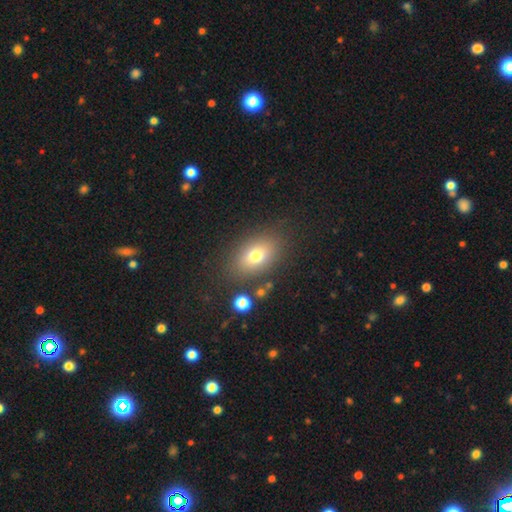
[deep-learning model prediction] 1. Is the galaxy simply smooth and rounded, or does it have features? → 74% smooth, 14% featured or disk, 12% star or artifact.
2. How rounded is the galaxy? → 81% in between, 16% round, 2% cigar-shaped.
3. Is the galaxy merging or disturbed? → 81% none, 11% minor disturbance, 5% major disturbance, 3% merger.